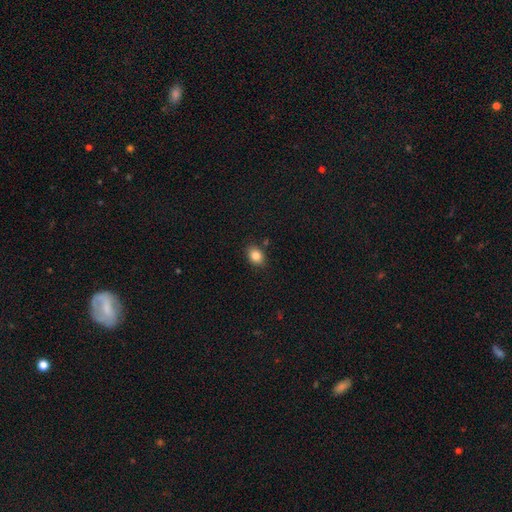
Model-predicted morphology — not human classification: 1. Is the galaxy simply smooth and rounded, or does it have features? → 84% smooth, 10% star or artifact, 6% featured or disk.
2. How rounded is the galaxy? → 59% in between, 40% round, 1% cigar-shaped.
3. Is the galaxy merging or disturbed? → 85% none, 10% minor disturbance, 3% merger, 2% major disturbance.